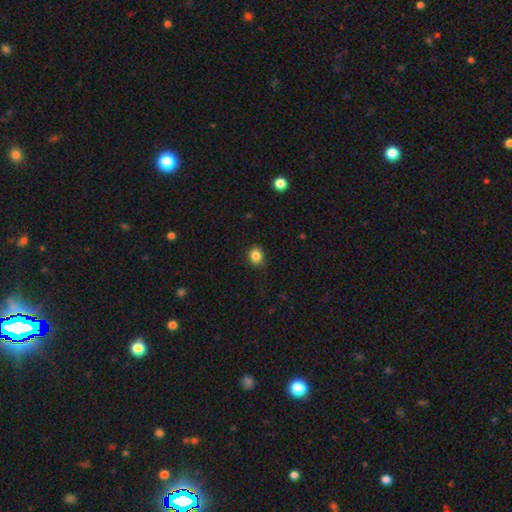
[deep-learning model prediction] smooth-or-featured: smooth: 85% | star or artifact: 11% | featured or disk: 4%
  how-rounded: round: 71% | in between: 28% | cigar-shaped: 1%
  merging: none: 83% | minor disturbance: 13% | major disturbance: 3% | merger: 1%